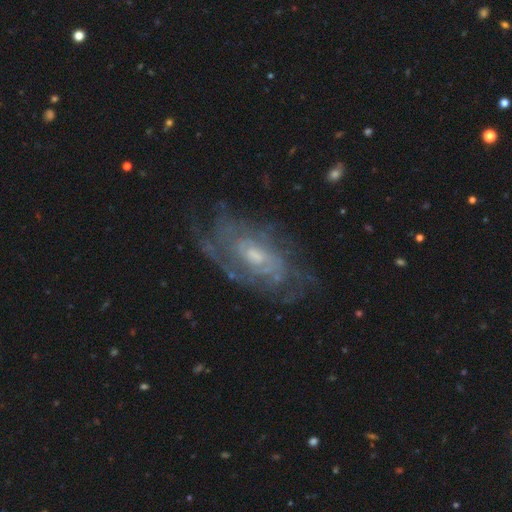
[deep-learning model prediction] Morphology: type=featured or disk (83%); edge-on=no (93%); bar=no (59%); spiral arms=yes (88%); winding=tight (60%); arm count=can't tell (52%); bulge=moderate (48%); merging=none (68%).